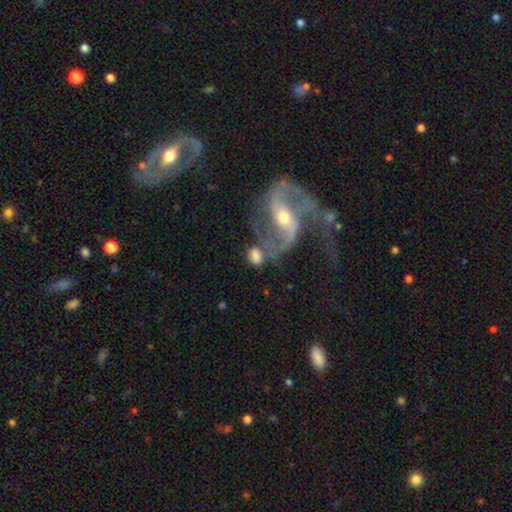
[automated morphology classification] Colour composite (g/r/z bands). It shows a featured or disk galaxy (51%). Merging: none (37%).